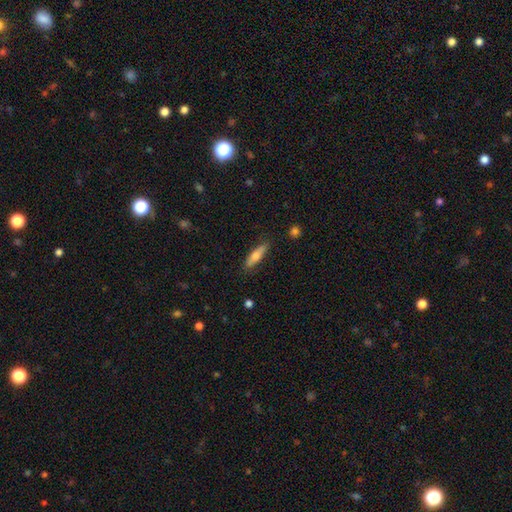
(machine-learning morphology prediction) Smooth or featured?
  - smooth: 64% *
  - featured or disk: 30%
  - star or artifact: 6%
How rounded?
  - cigar-shaped: 69% *
  - in between: 29%
  - round: 2%
Merging?
  - none: 85% *
  - minor disturbance: 11%
  - major disturbance: 2%
  - merger: 1%